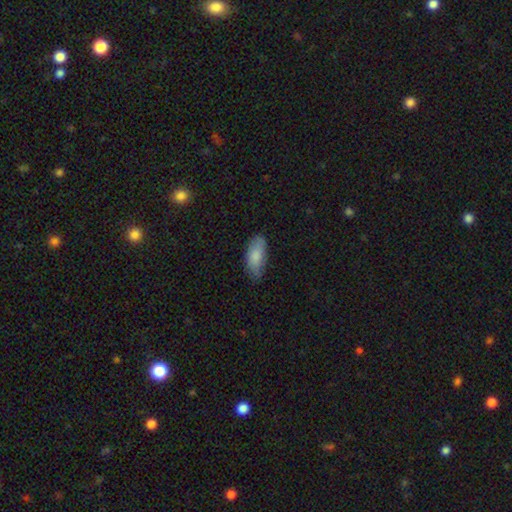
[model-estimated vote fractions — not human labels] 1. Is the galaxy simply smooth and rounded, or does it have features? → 82% smooth, 12% featured or disk, 6% star or artifact.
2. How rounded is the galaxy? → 86% in between, 11% cigar-shaped, 2% round.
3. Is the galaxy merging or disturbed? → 70% none, 24% minor disturbance, 4% major disturbance, 1% merger.